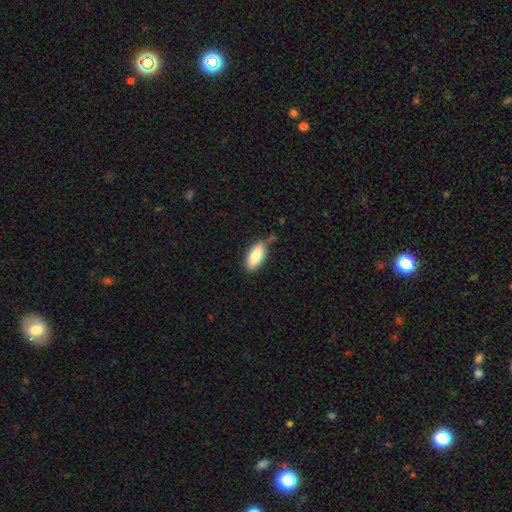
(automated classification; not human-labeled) Smooth or featured?
  - smooth: 81% *
  - featured or disk: 12%
  - star or artifact: 6%
How rounded?
  - in between: 88% *
  - cigar-shaped: 10%
  - round: 2%
Merging?
  - none: 68% *
  - minor disturbance: 23%
  - merger: 5%
  - major disturbance: 4%